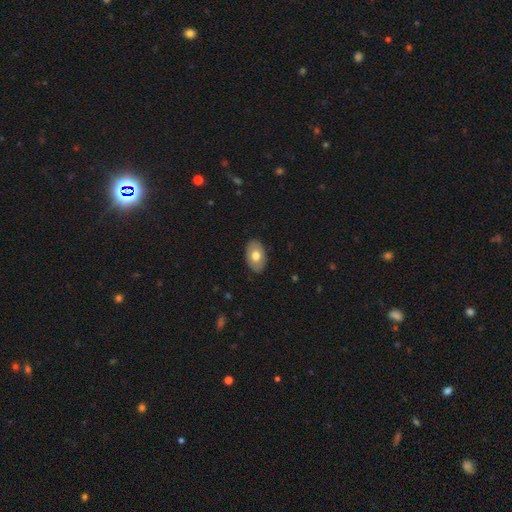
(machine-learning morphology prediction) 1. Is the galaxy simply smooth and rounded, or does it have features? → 67% smooth, 27% featured or disk, 6% star or artifact.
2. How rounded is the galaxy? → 90% in between, 9% round, 1% cigar-shaped.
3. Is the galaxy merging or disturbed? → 87% none, 10% minor disturbance, 2% major disturbance, 1% merger.